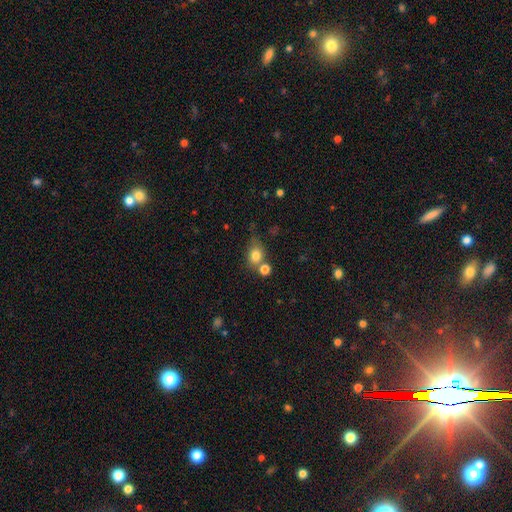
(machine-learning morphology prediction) This appears to be a smooth galaxy with no disk features (80%) that is round (51%). Merging: none (51%).